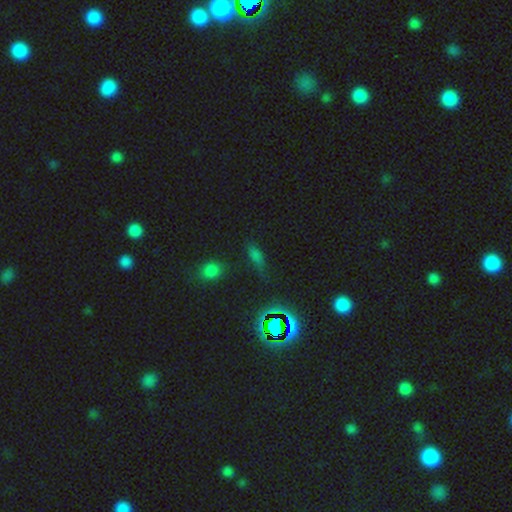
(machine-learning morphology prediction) smooth_or_featured: smooth (p=0.48) [alt: star or artifact p=0.42]
merging: none (p=0.69) [alt: minor disturbance p=0.19]